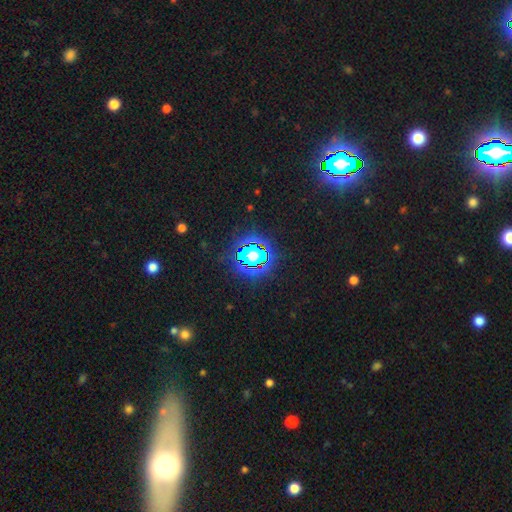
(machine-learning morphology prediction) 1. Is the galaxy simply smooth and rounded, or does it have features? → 79% star or artifact, 13% smooth, 8% featured or disk.